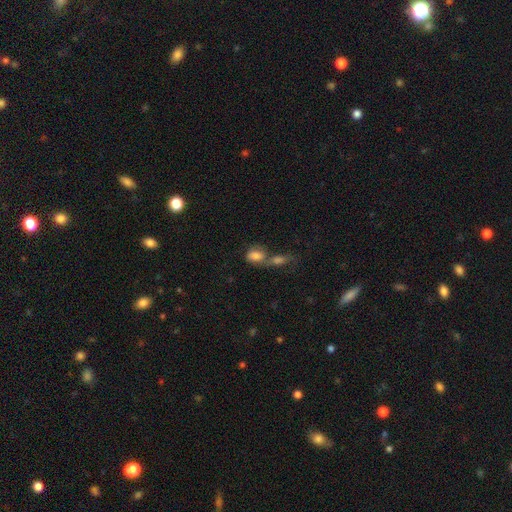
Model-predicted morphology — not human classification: This is likely a smooth galaxy (75%). How rounded: likely in between (77%). Merging: likely merger (67%).